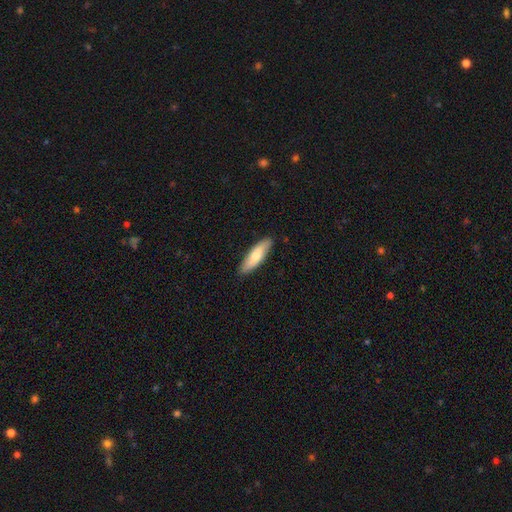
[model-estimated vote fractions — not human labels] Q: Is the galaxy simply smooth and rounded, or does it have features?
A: smooth — 69%.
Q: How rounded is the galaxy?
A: cigar-shaped — 62%.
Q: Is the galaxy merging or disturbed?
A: none — 87%.